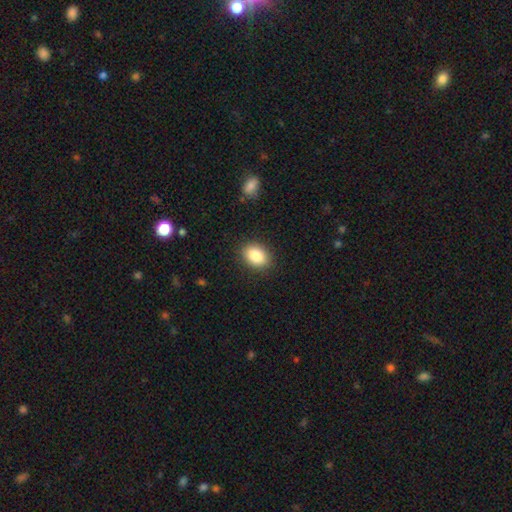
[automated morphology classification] type=smooth (86%); roundness=in between (72%); merging=none (88%).